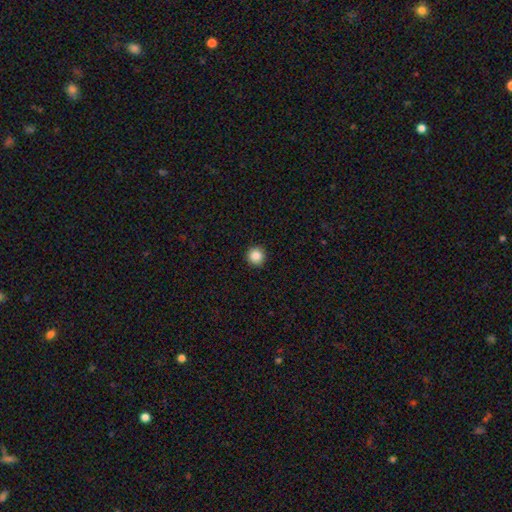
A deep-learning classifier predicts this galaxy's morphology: smooth_or_featured: smooth (p=0.86) [alt: star or artifact p=0.10]
how_rounded: round (p=0.96) [alt: in between p=0.03]
merging: none (p=0.93) [alt: minor disturbance p=0.04]